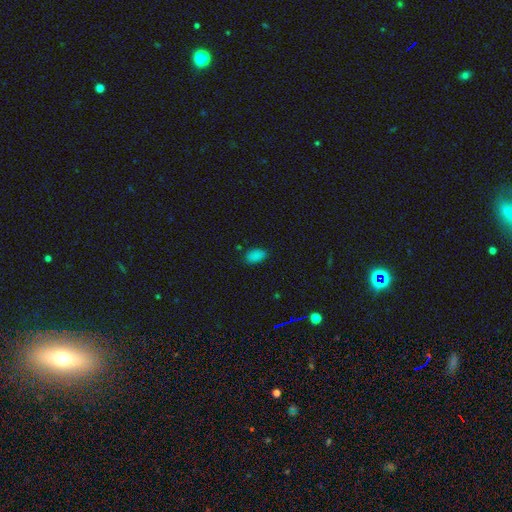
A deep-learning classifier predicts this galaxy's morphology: Smooth or featured?
  - smooth: 82% *
  - star or artifact: 14%
  - featured or disk: 4%
How rounded?
  - in between: 91% *
  - round: 7%
  - cigar-shaped: 2%
Merging?
  - none: 82% *
  - minor disturbance: 14%
  - major disturbance: 3%
  - merger: 2%